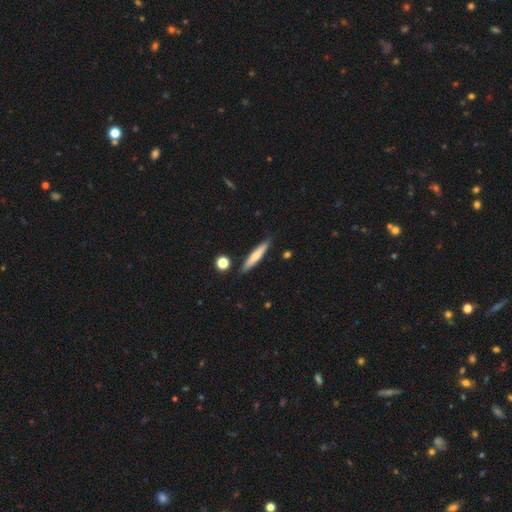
Smooth or featured?
  - smooth: 67% *
  - featured or disk: 31%
  - star or artifact: 3%
How rounded?
  - cigar-shaped: 96% *
  - round: 4%
  - in between: 0%
Merging?
  - none: 76% *
  - minor disturbance: 16%
  - merger: 8%
  - major disturbance: 0%